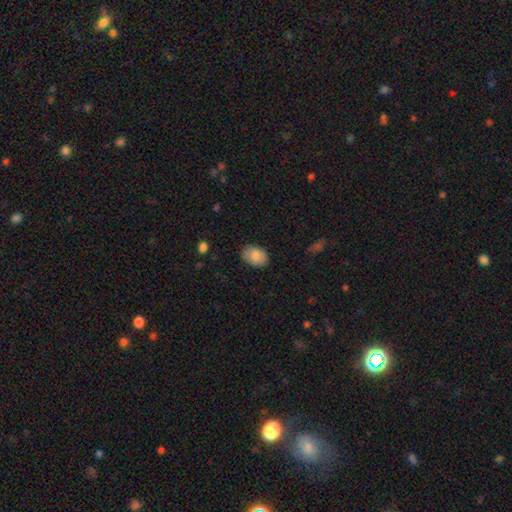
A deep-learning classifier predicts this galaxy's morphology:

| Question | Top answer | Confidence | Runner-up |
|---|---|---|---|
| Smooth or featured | smooth | 84% | featured or disk (9%) |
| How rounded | in between | 83% | round (16%) |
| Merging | none | 83% | minor disturbance (13%) |